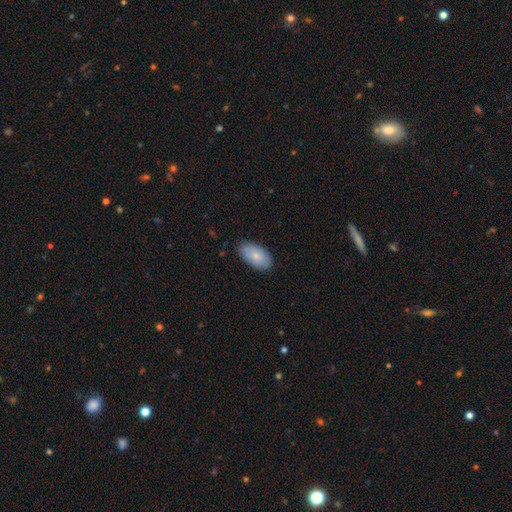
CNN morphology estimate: smooth_or_featured: smooth (p=0.77) [alt: featured or disk p=0.17]
how_rounded: in between (p=0.95) [alt: round p=0.04]
merging: none (p=0.81) [alt: minor disturbance p=0.15]